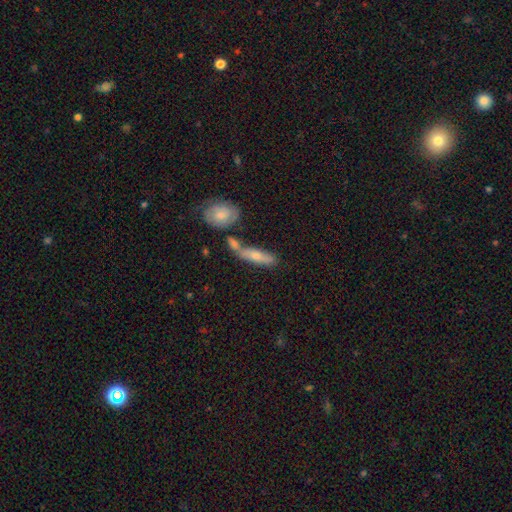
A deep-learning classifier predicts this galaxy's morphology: Smooth or featured? smooth (58%)
How rounded? cigar-shaped (55%)
Merging? none (50%)